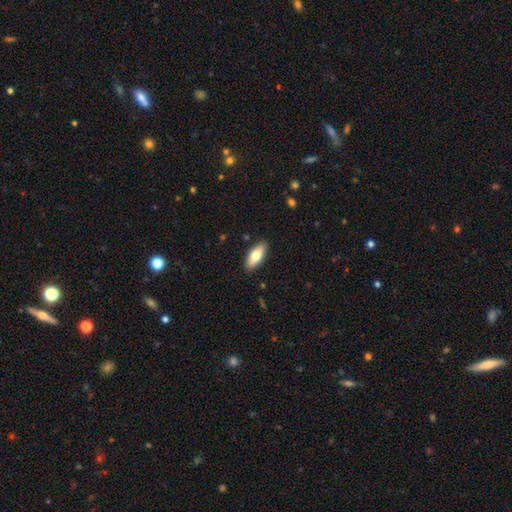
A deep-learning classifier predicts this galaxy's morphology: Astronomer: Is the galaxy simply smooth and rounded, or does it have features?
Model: smooth — 74%.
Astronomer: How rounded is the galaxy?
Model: in between — 81%.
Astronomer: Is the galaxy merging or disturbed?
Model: none — 88%.